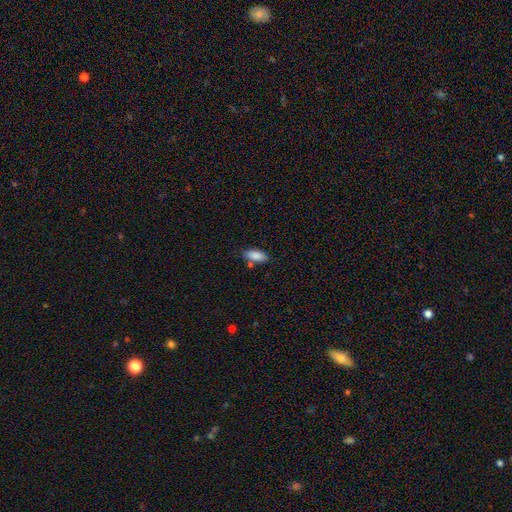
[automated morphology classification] Smooth or featured?
  - smooth: 87% *
  - star or artifact: 7%
  - featured or disk: 6%
How rounded?
  - in between: 86% *
  - cigar-shaped: 12%
  - round: 2%
Merging?
  - none: 73% *
  - minor disturbance: 15%
  - merger: 9%
  - major disturbance: 3%